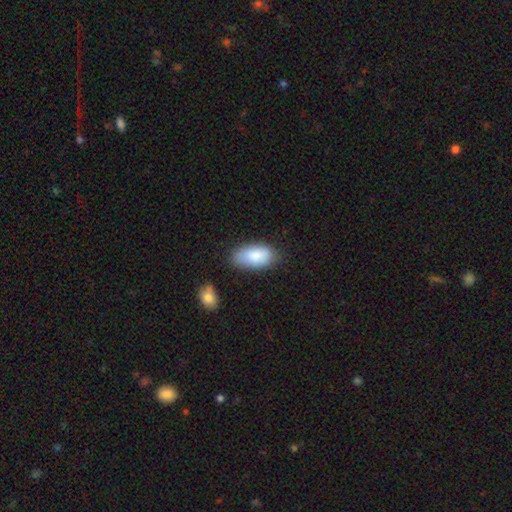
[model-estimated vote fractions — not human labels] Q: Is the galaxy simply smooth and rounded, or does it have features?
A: smooth — 84%.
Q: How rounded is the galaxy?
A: in between — 94%.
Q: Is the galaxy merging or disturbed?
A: none — 70%.